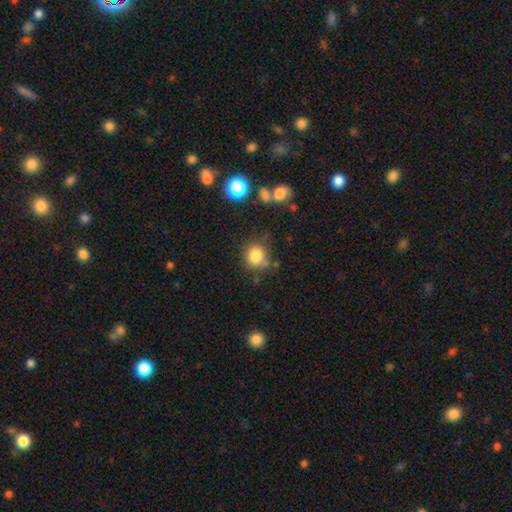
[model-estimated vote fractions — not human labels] This appears to be a smooth galaxy with no disk features (82%) that is round (82%). Merging: none (69%).